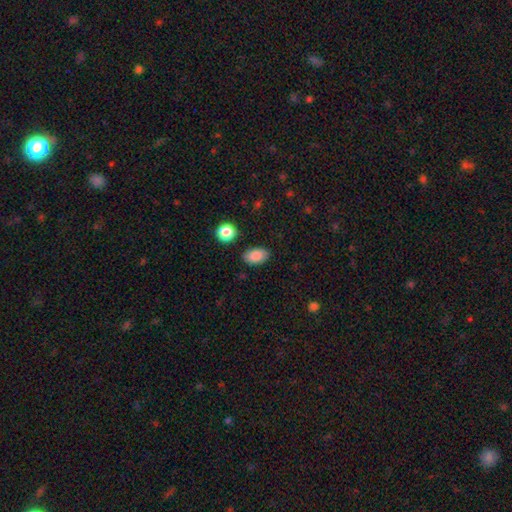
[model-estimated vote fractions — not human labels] This is clearly a smooth galaxy (87%). How rounded: clearly in between (90%). Merging: clearly none (85%).